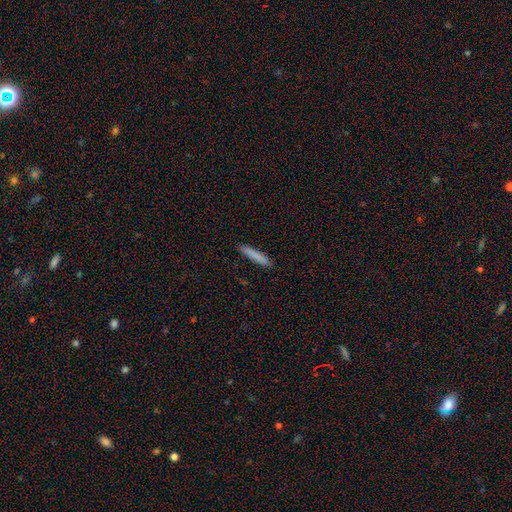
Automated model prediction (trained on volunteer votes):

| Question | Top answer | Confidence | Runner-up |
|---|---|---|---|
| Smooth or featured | smooth | 81% | featured or disk (13%) |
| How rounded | cigar-shaped | 94% | in between (5%) |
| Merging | none | 90% | minor disturbance (7%) |